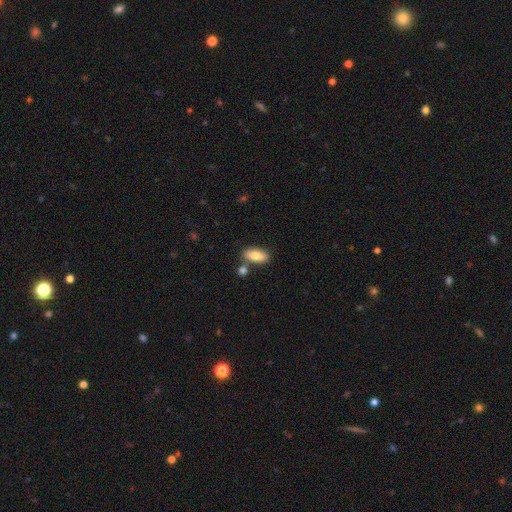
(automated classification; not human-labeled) This is clearly a smooth galaxy (81%). How rounded: clearly in between (88%). Merging: likely none (76%).